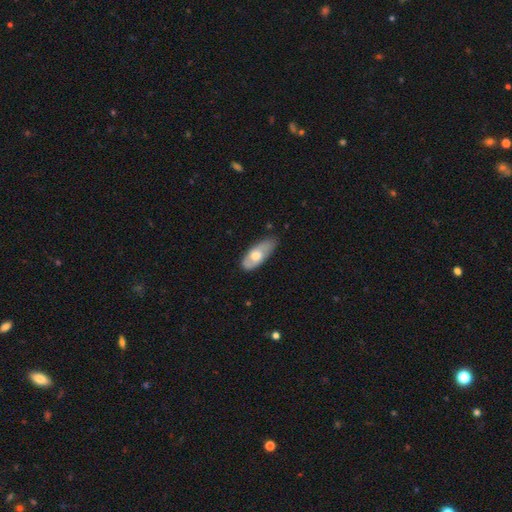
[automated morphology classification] smooth-or-featured: smooth: 56% | featured or disk: 39% | star or artifact: 5%
  how-rounded: in between: 82% | cigar-shaped: 15% | round: 3%
  merging: none: 61% | minor disturbance: 31% | major disturbance: 6% | merger: 2%